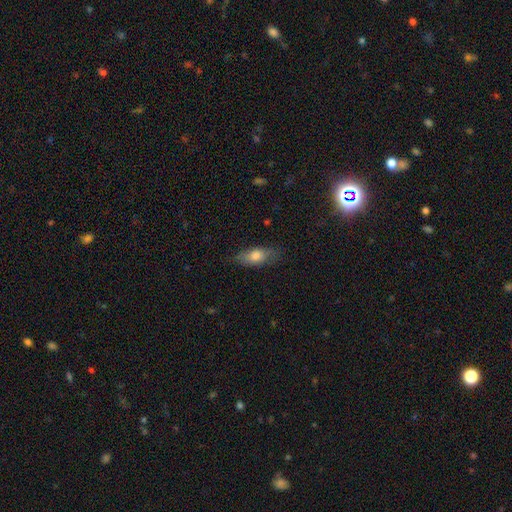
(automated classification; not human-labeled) This appears to be a smooth galaxy with no disk features (70%) that is in between round and cigar-shaped (78%). Merging: none (75%).